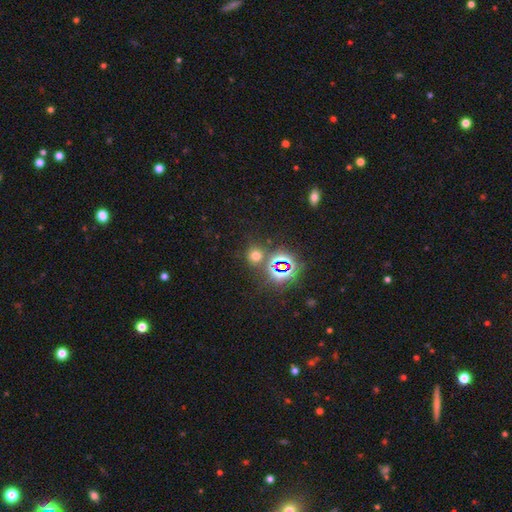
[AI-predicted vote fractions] smooth 55%, star or artifact 38%, featured or disk 6%. Down the decision tree: how rounded — round (83%); merging — none (77%).